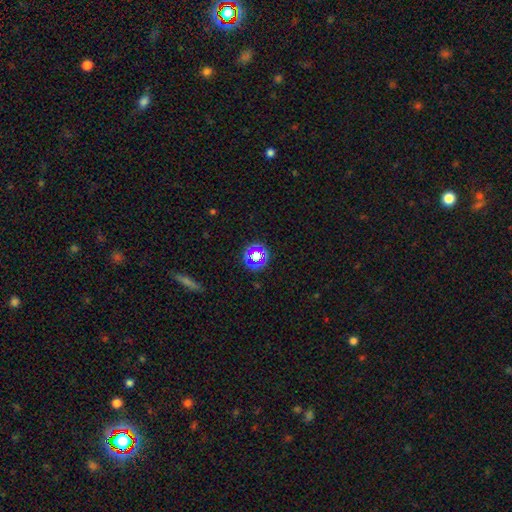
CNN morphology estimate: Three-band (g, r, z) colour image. It shows a star or artifact, not a galaxy (57%).